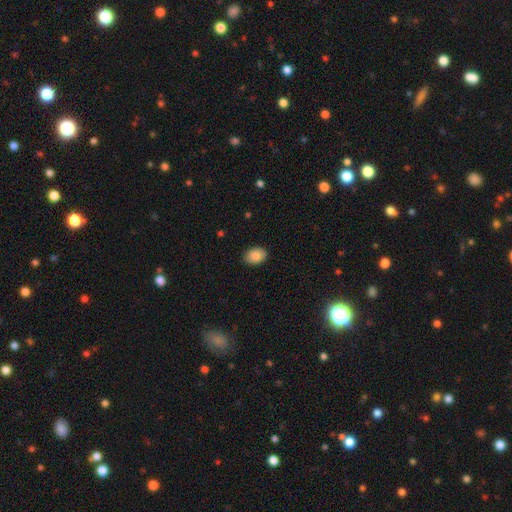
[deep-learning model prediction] smooth_or_featured: smooth (p=0.87) [alt: star or artifact p=0.07]
how_rounded: in between (p=0.76) [alt: round p=0.23]
merging: none (p=0.88) [alt: minor disturbance p=0.09]